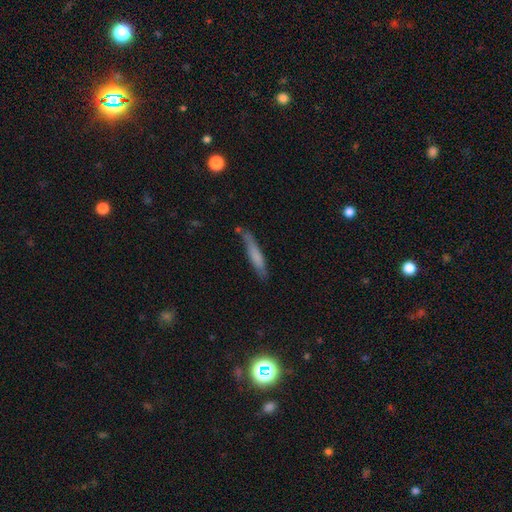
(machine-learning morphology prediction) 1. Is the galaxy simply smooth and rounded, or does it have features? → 67% smooth, 26% featured or disk, 7% star or artifact.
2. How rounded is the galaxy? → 88% cigar-shaped, 10% in between, 2% round.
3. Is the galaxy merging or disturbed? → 66% none, 23% minor disturbance, 6% major disturbance, 5% merger.